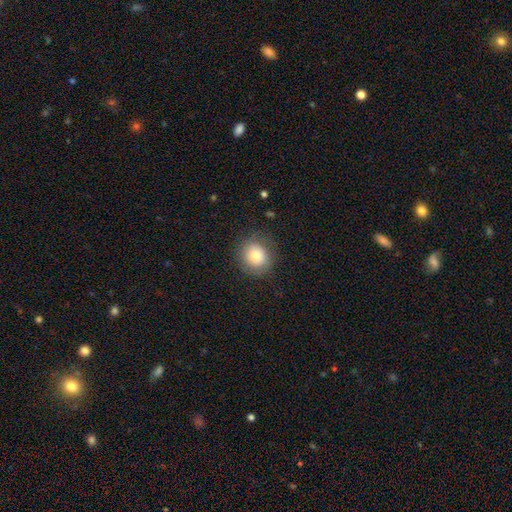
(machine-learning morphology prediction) This appears to be a smooth galaxy with no disk features (77%) that is round (81%). Merging: none (81%).